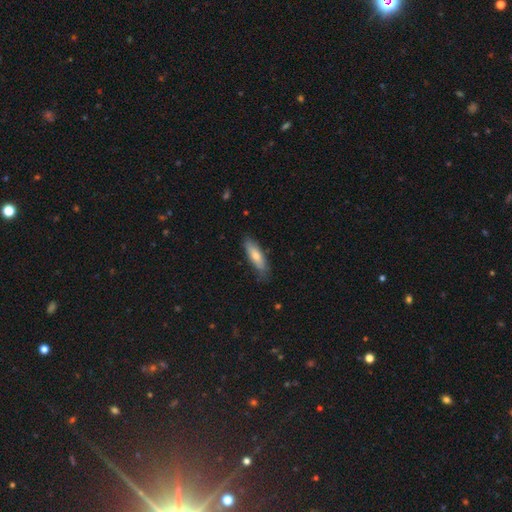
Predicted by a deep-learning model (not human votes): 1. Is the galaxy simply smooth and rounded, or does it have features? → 70% smooth, 24% featured or disk, 6% star or artifact.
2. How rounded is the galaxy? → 60% cigar-shaped, 38% in between, 2% round.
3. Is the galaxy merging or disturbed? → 77% none, 18% minor disturbance, 3% major disturbance, 1% merger.